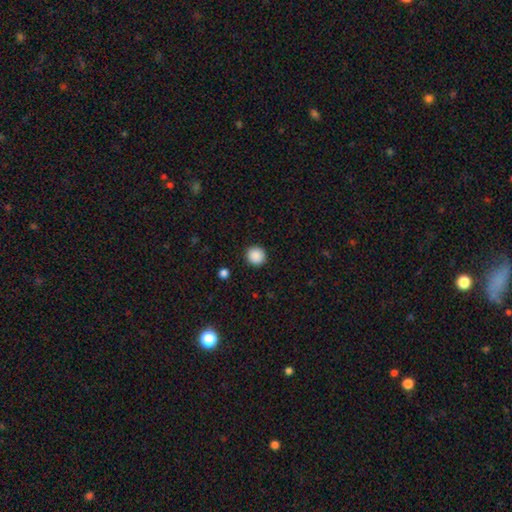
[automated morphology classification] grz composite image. It shows a smooth galaxy with no disk features (89%) that is round (95%). Merging: none (92%).